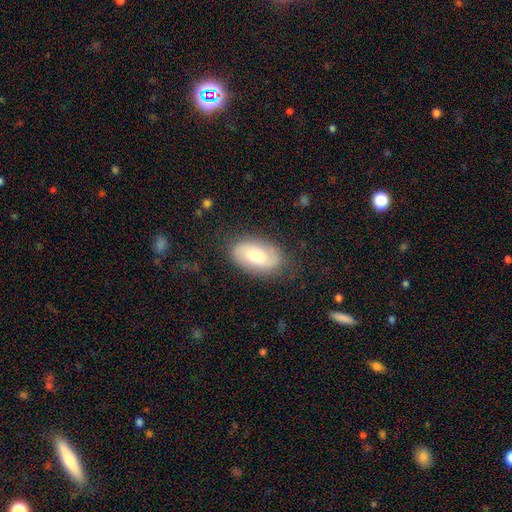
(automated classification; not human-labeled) smooth-or-featured: smooth: 59% | featured or disk: 35% | star or artifact: 7%
  how-rounded: in between: 93% | round: 5% | cigar-shaped: 2%
  merging: none: 77% | minor disturbance: 16% | major disturbance: 5% | merger: 1%